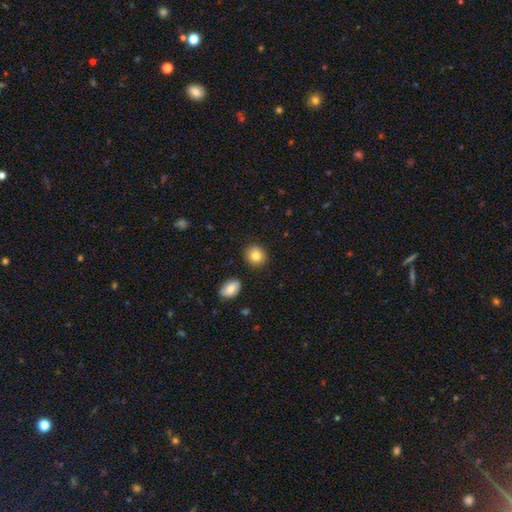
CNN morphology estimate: smooth_or_featured: smooth (p=0.83) [alt: star or artifact p=0.09]
how_rounded: round (p=0.83) [alt: in between p=0.16]
merging: none (p=0.88) [alt: minor disturbance p=0.08]